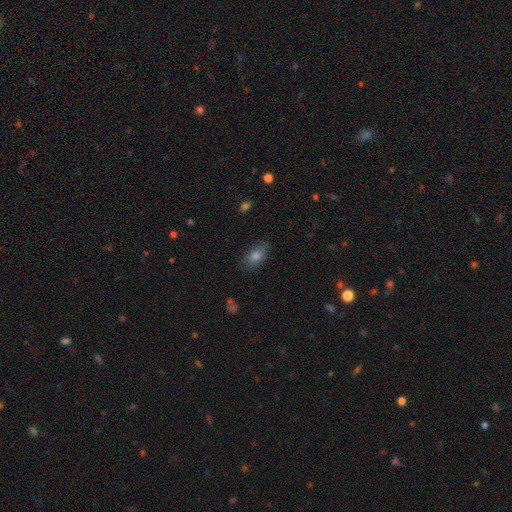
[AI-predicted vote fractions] This is likely a smooth galaxy (74%). How rounded: clearly in between (86%). Merging: clearly none (82%).